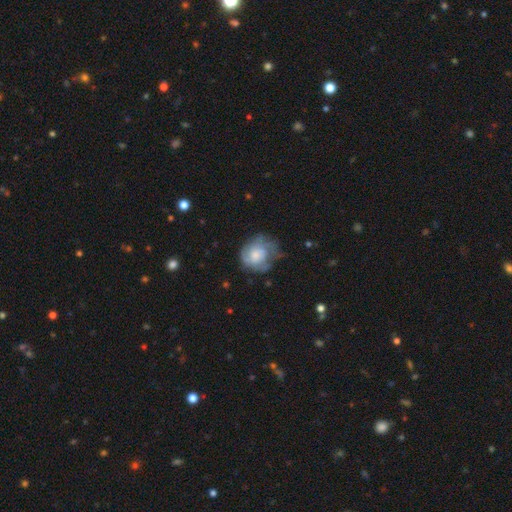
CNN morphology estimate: Q: Smooth or featured?
A: featured or disk (49%); runner-up: smooth (43%)
Q: Merging?
A: none (44%); runner-up: minor disturbance (29%)